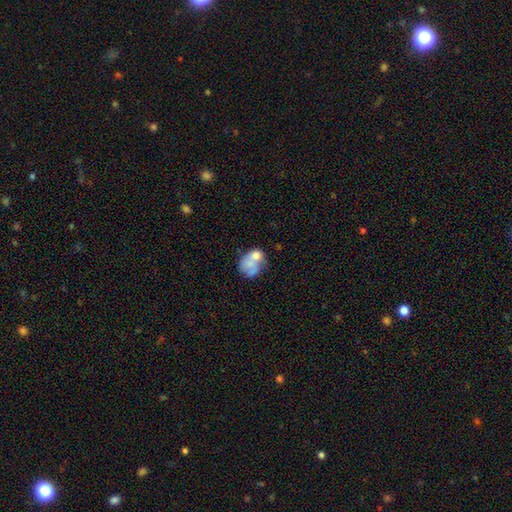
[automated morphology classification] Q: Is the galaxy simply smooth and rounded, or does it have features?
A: smooth — 52%.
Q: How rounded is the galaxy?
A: in between — 54%.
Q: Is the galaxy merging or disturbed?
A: merger — 38%.